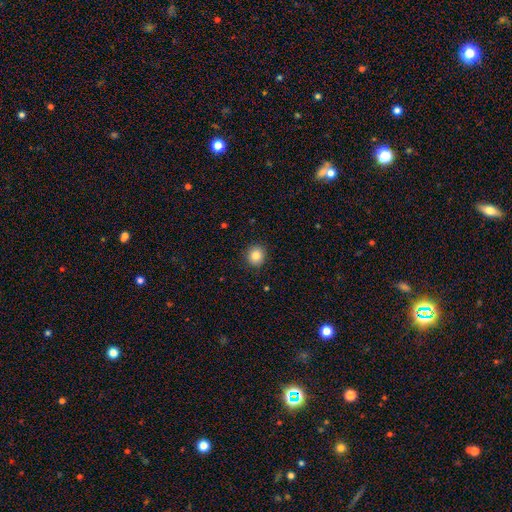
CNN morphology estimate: smooth_or_featured: smooth (p=0.84) [alt: star or artifact p=0.10]
how_rounded: round (p=0.89) [alt: in between p=0.10]
merging: none (p=0.92) [alt: minor disturbance p=0.06]